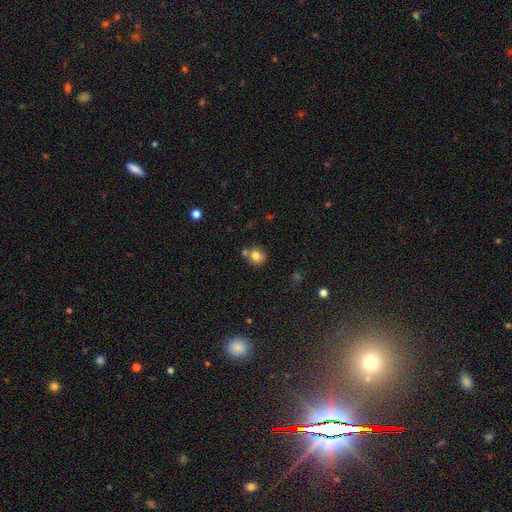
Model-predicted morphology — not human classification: The model was most divided on "merging": none: 61%, merger: 23%, minor disturbance: 13%, major disturbance: 4%. More confident: how rounded — round (82%); smooth or featured — smooth (79%).